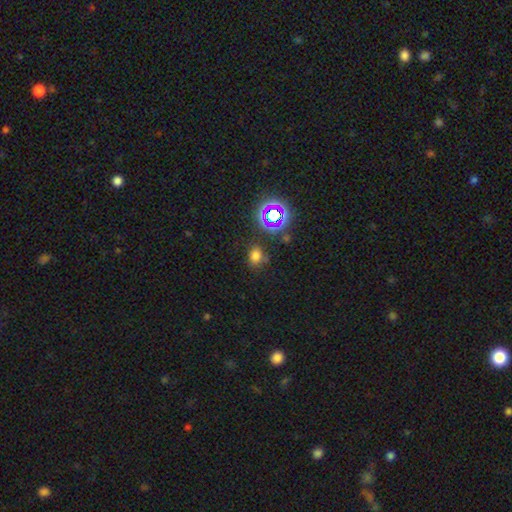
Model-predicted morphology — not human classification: Smooth or featured? Predicted: smooth (p=0.66). How rounded? Predicted: round (p=0.50). Merging? Predicted: none (p=0.75).